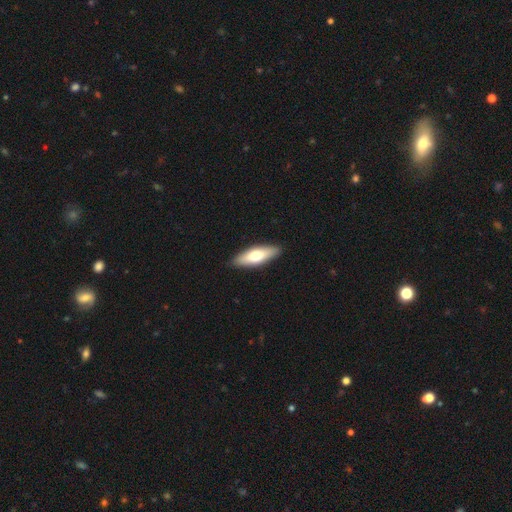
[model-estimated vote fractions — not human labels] A smooth galaxy with no disk features (60%) that is in between round and cigar-shaped (54%).

Vote fractions:
- Smooth or featured? smooth: 60% / featured or disk: 35% / star or artifact: 5%
- How rounded? in between: 54% / cigar-shaped: 44% / round: 2%
- Merging? none: 90% / minor disturbance: 7% / major disturbance: 2% / merger: 1%